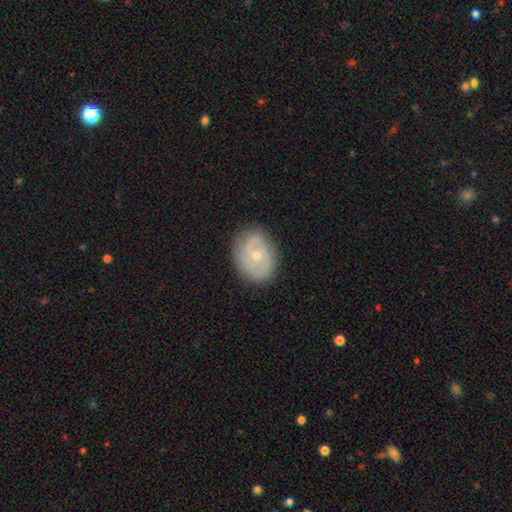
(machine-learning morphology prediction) featured or disk 77%, smooth 17%, star or artifact 6%. Down the decision tree: edge-on disk — no (97%); bar — no (70%); spiral arms — yes (89%); spiral arm count — 2 (62%); spiral winding — tight (52%); bulge size — small (57%); merging — none (79%).